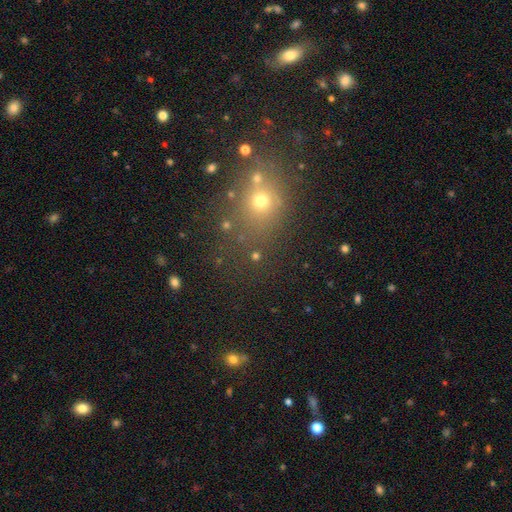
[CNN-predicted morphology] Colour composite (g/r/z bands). It shows a smooth galaxy with no disk features (54%) that is round (66%). Merging: none (67%).